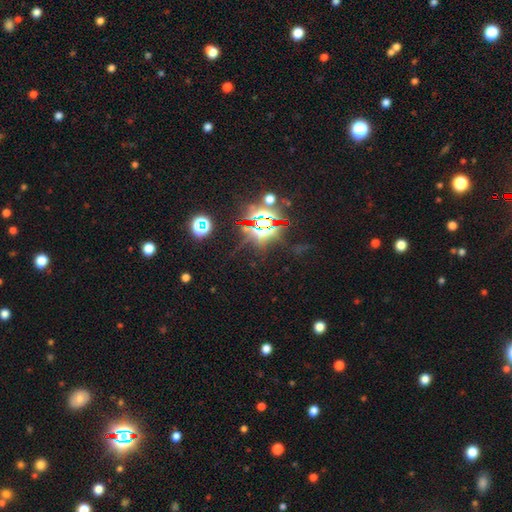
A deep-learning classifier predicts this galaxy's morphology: smooth_or_featured: star or artifact (p=0.84) [alt: smooth p=0.09]